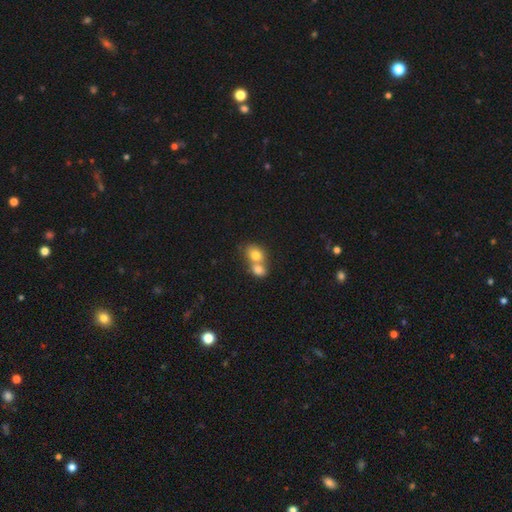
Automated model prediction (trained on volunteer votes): smooth-or-featured: smooth: 77% | featured or disk: 13% | star or artifact: 9%
  how-rounded: in between: 52% | round: 46% | cigar-shaped: 1%
  merging: merger: 68% | none: 23% | minor disturbance: 6% | major disturbance: 3%